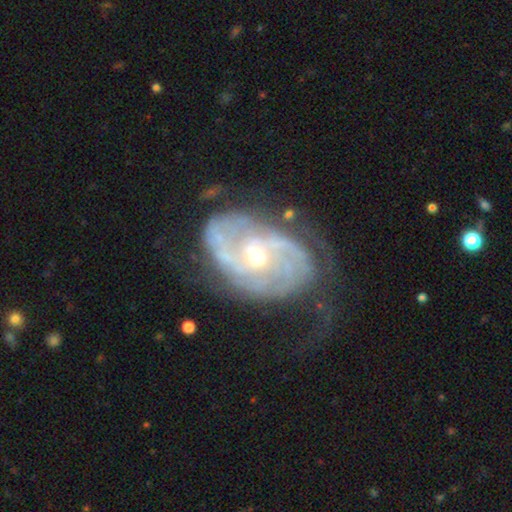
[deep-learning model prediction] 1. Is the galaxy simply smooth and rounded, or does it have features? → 87% featured or disk, 7% smooth, 6% star or artifact.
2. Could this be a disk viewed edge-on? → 97% no, 3% yes.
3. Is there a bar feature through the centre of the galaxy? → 54% no, 37% weak, 10% strong.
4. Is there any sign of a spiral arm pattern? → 94% yes, 6% no.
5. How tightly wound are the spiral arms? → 45% tight, 39% medium, 16% loose.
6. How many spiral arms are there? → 46% 2, 27% can't tell, 13% 3, 6% 4, 4% 1, 4% more than 4.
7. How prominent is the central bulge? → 55% moderate, 40% small, 2% large, 1% none, 1% dominant.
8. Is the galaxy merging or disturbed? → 55% none, 24% minor disturbance, 19% major disturbance, 2% merger.